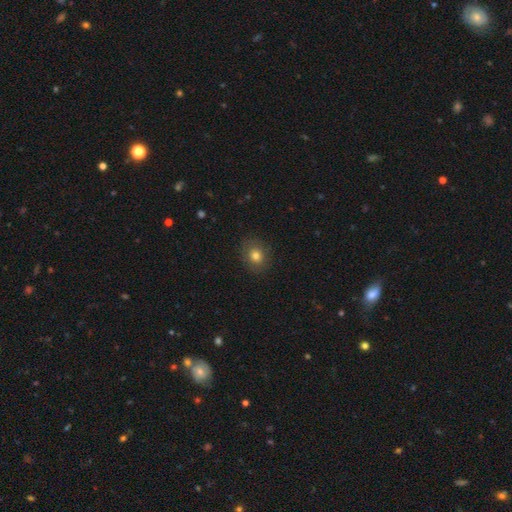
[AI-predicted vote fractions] smooth_or_featured: smooth (p=0.77) [alt: star or artifact p=0.12]
how_rounded: round (p=0.65) [alt: in between p=0.34]
merging: none (p=0.85) [alt: minor disturbance p=0.11]